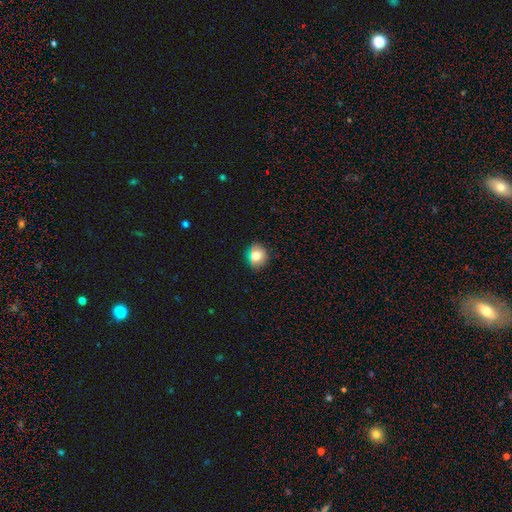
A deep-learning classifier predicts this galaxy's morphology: This is likely a smooth galaxy (74%). How rounded: likely round (76%). Merging: clearly none (85%).